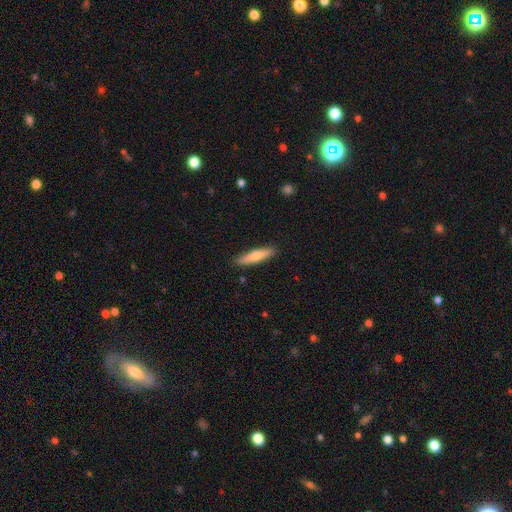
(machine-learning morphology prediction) Smooth or featured? Predicted: smooth (p=0.64). How rounded? Predicted: cigar-shaped (p=0.80). Merging? Predicted: none (p=0.90).